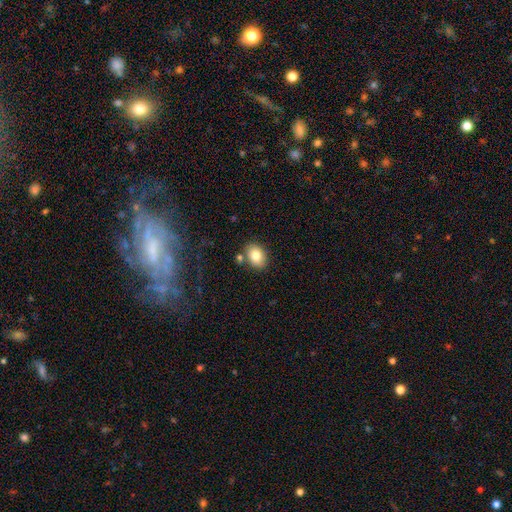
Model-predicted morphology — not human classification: This is clearly a smooth galaxy (81%). How rounded: likely in between (73%). Merging: likely none (79%).